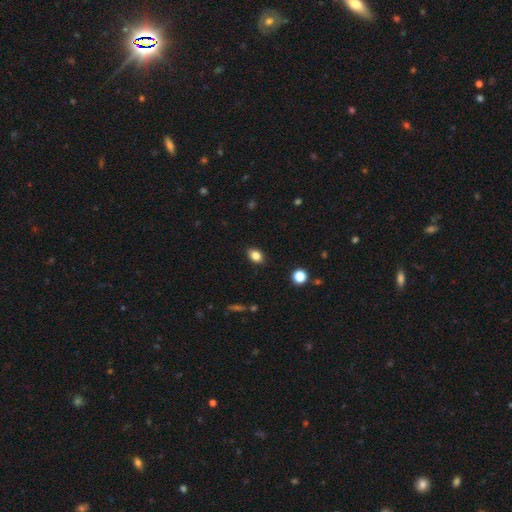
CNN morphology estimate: This appears to be a smooth galaxy with no disk features (83%) that is in between round and cigar-shaped (77%). Merging: none (87%).